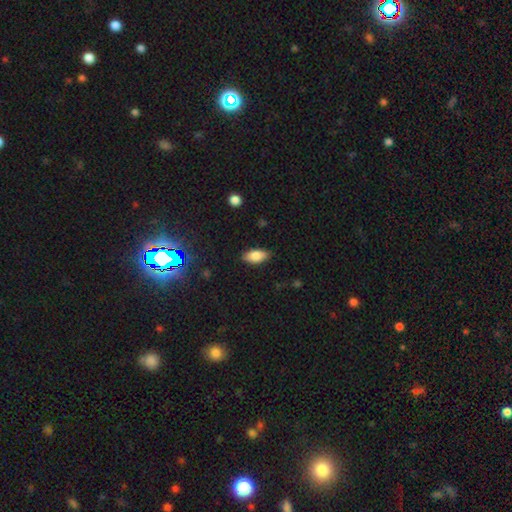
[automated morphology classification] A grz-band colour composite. It shows a smooth galaxy with no disk features (84%) that is in between round and cigar-shaped (90%). Merging: none (85%).